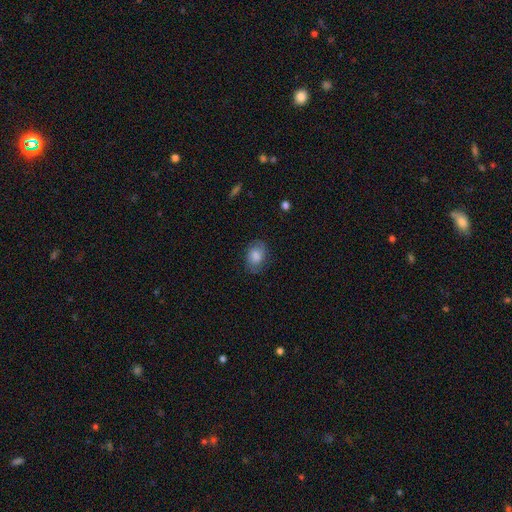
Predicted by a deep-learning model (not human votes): smooth_or_featured: smooth (p=0.68) [alt: featured or disk p=0.23]
how_rounded: in between (p=0.74) [alt: round p=0.25]
merging: none (p=0.75) [alt: minor disturbance p=0.18]